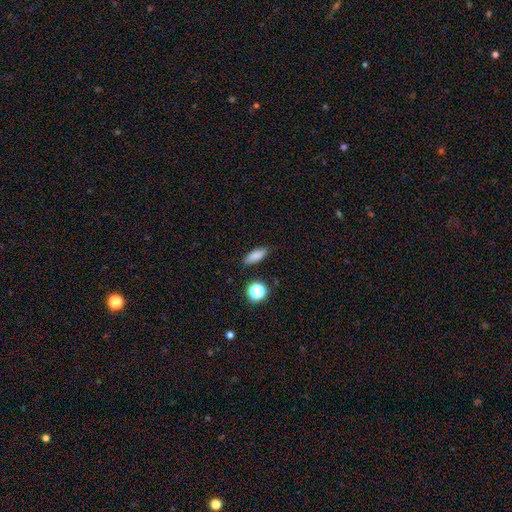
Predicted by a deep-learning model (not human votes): smooth-or-featured: smooth: 84% | star or artifact: 11% | featured or disk: 6%
  how-rounded: in between: 64% | cigar-shaped: 30% | round: 6%
  merging: none: 87% | minor disturbance: 9% | major disturbance: 2% | merger: 2%